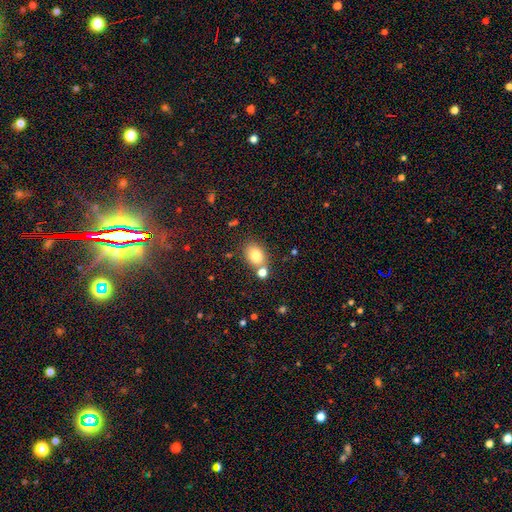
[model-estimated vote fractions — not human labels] Morphology: type=smooth (81%); roundness=in between (66%); merging=none (67%).